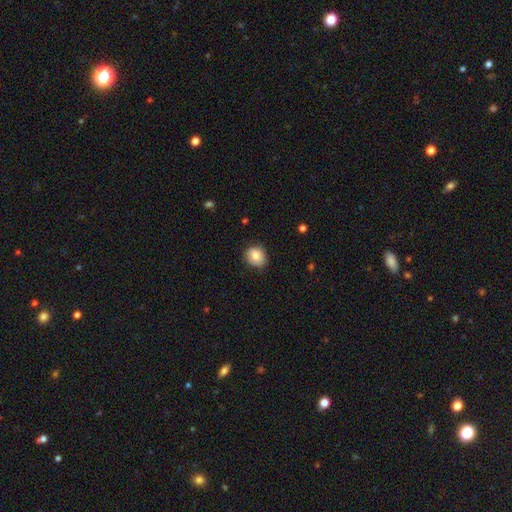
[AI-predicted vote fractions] smooth-or-featured: smooth: 82% | featured or disk: 10% | star or artifact: 8%
  how-rounded: round: 65% | in between: 35% | cigar-shaped: 1%
  merging: none: 78% | minor disturbance: 18% | major disturbance: 3% | merger: 1%